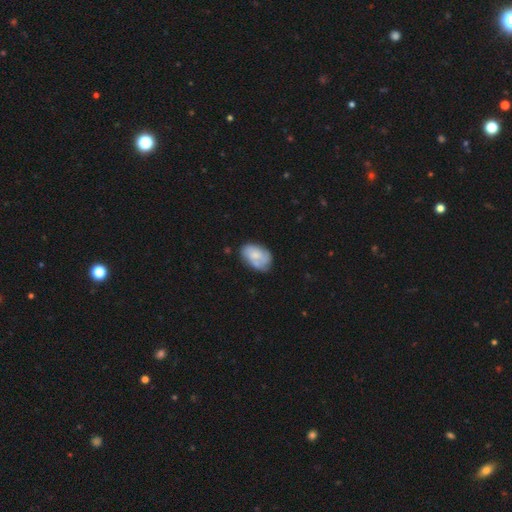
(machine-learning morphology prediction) A smooth galaxy with no disk features (58%) that is in between round and cigar-shaped (88%). Merging: none (57%).